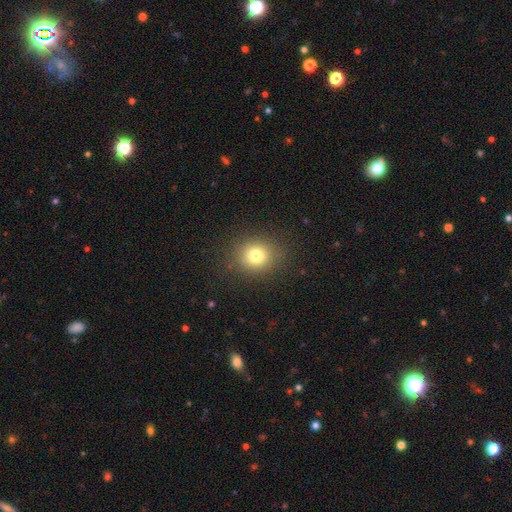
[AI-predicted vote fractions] Smooth or featured? smooth (77%)
How rounded? round (81%)
Merging? none (87%)